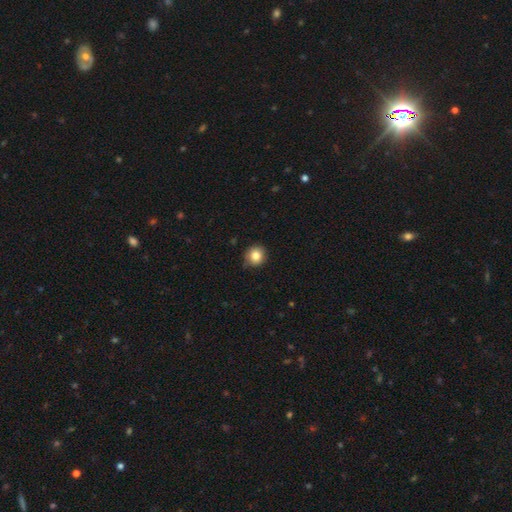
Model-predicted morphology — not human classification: Smooth or featured? smooth (83%)
How rounded? round (90%)
Merging? none (83%)